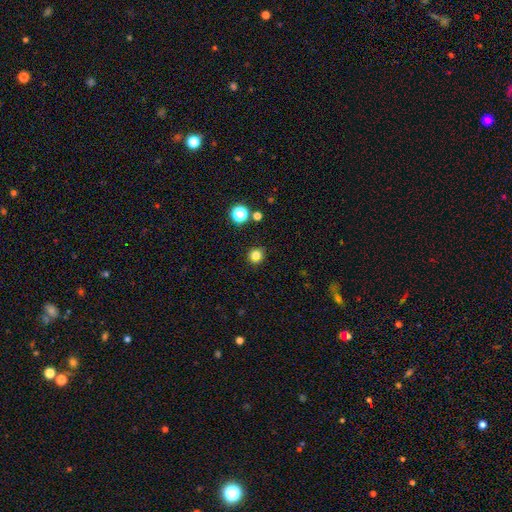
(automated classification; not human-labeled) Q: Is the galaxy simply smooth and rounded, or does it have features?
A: smooth — 76%.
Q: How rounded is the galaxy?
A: round — 86%.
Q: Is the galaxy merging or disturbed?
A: none — 79%.